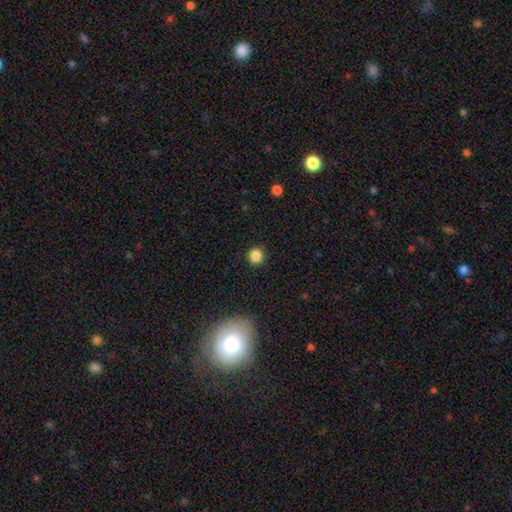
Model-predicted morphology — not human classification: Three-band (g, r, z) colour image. It shows a smooth galaxy with no disk features (86%) that is round (92%). Merging: none (91%).